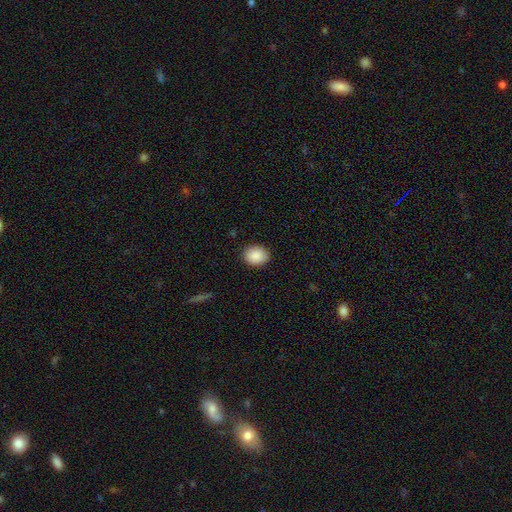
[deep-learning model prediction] smooth-or-featured: smooth: 89% | star or artifact: 7% | featured or disk: 4%
  how-rounded: in between: 50% | round: 49% | cigar-shaped: 1%
  merging: none: 89% | minor disturbance: 8% | major disturbance: 2% | merger: 1%